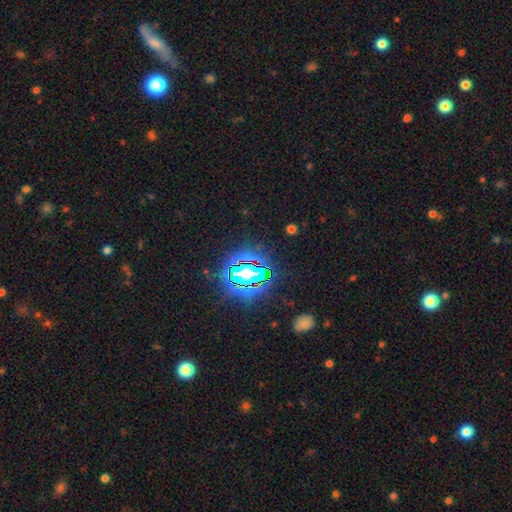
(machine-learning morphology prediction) Smooth or featured? Predicted: star or artifact (p=0.82).